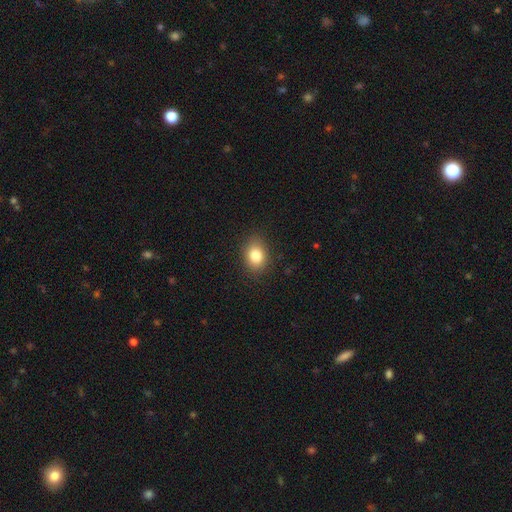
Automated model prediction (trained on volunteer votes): The model was most divided on "how rounded": in between: 60%, round: 39%, cigar-shaped: 1%. More confident: merging — none (87%); smooth or featured — smooth (82%).